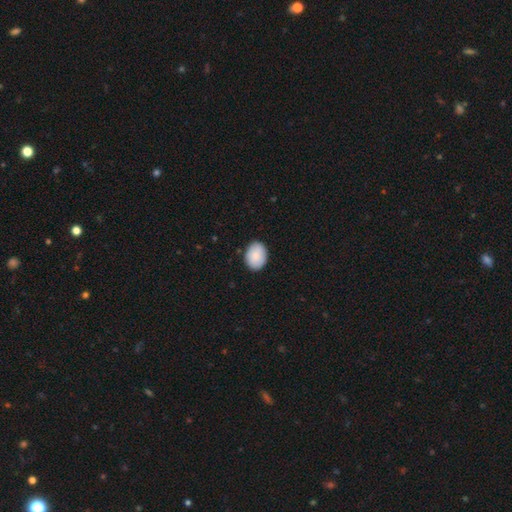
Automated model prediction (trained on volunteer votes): A smooth galaxy with no disk features (88%) that is in between round and cigar-shaped (70%).

Vote fractions:
- Smooth or featured? smooth: 88% / star or artifact: 6% / featured or disk: 6%
- How rounded? in between: 70% / round: 29% / cigar-shaped: 1%
- Merging? none: 87% / minor disturbance: 11% / major disturbance: 2% / merger: 1%